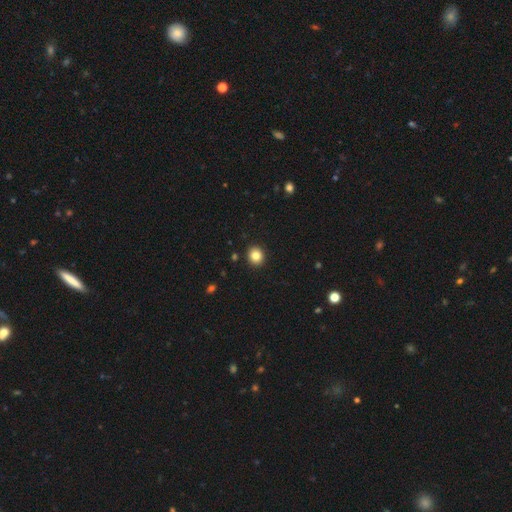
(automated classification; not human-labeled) Smooth or featured? smooth (84%)
How rounded? round (80%)
Merging? none (92%)